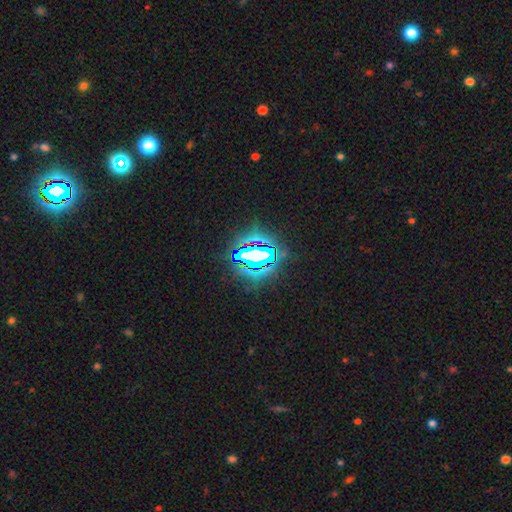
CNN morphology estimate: Q: Smooth or featured?
A: star or artifact (73%); runner-up: smooth (14%)